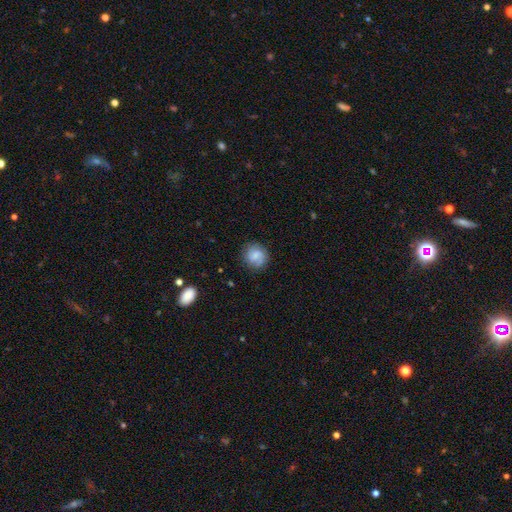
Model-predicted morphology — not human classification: The model was most divided on "smooth or featured": smooth: 58%, featured or disk: 33%, star or artifact: 8%. More confident: how rounded — round (85%); merging — none (81%).